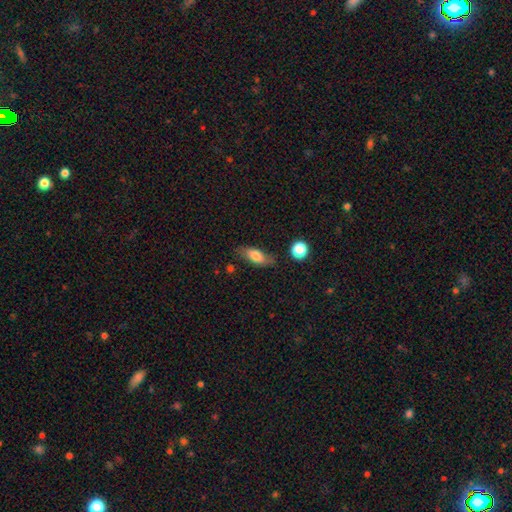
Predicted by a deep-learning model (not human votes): A smooth galaxy with no disk features (73%) that is in between round and cigar-shaped (75%).

Vote fractions:
- Smooth or featured? smooth: 73% / featured or disk: 19% / star or artifact: 8%
- How rounded? in between: 75% / cigar-shaped: 20% / round: 5%
- Merging? none: 72% / minor disturbance: 20% / major disturbance: 5% / merger: 3%